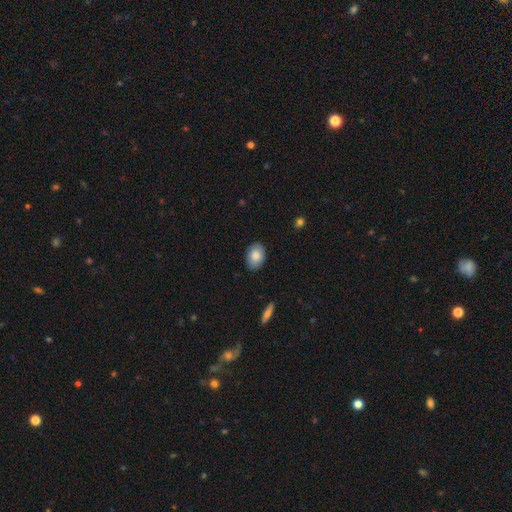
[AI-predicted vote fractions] Smooth or featured: smooth — 83% (featured or disk — 10%)
How rounded: in between — 83% (round — 16%)
Merging: none — 87% (minor disturbance — 10%)